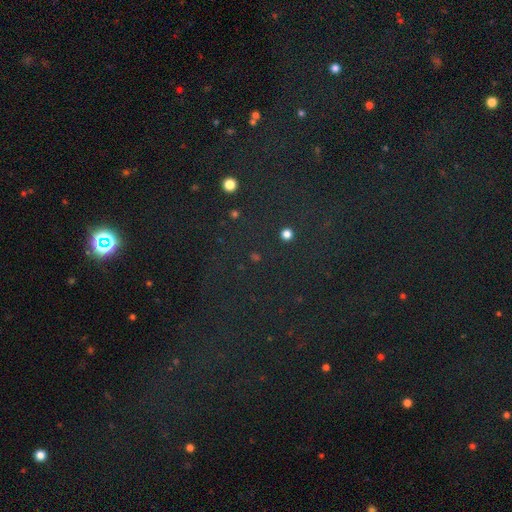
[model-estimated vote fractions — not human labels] Smooth or featured? Predicted: star or artifact (p=0.77).